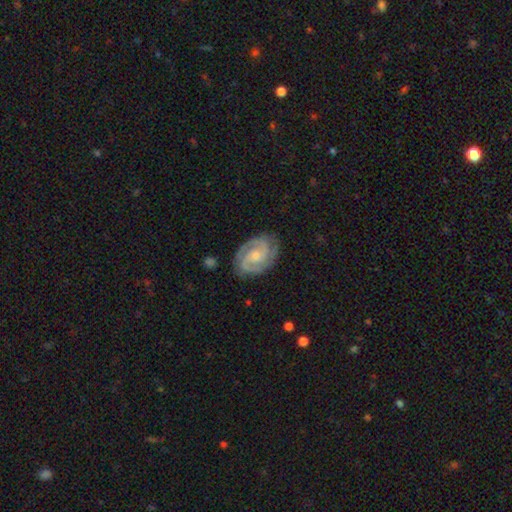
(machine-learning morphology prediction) Smooth or featured?
  - featured or disk: 89% *
  - smooth: 7%
  - star or artifact: 4%
Edge-on disk?
  - no: 98% *
  - yes: 2%
Bar?
  - no: 58% *
  - weak: 34%
  - strong: 7%
Spiral arms?
  - yes: 98% *
  - no: 2%
Spiral winding?
  - tight: 57% *
  - medium: 38%
  - loose: 5%
Spiral arm count?
  - 2: 72% *
  - 3: 16%
  - can't tell: 6%
  - 4: 2%
  - 1: 2%
  - more than 4: 2%
Bulge size?
  - small: 51% *
  - moderate: 38%
  - none: 7%
  - large: 3%
  - dominant: 1%
Merging?
  - none: 82% *
  - minor disturbance: 13%
  - major disturbance: 4%
  - merger: 1%